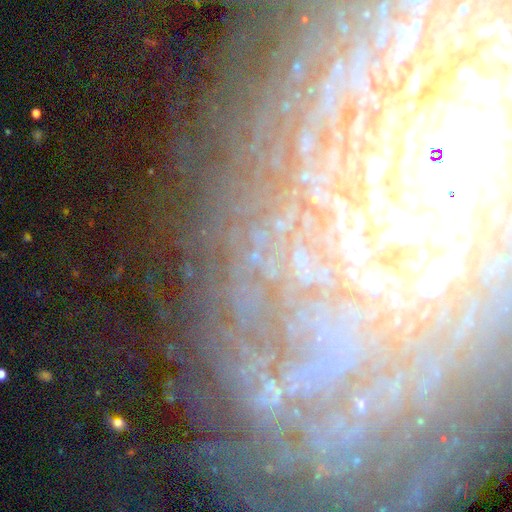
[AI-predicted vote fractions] smooth-or-featured: featured or disk: 49% | star or artifact: 36% | smooth: 15%
  merging: none: 73% | minor disturbance: 14% | major disturbance: 8% | merger: 5%